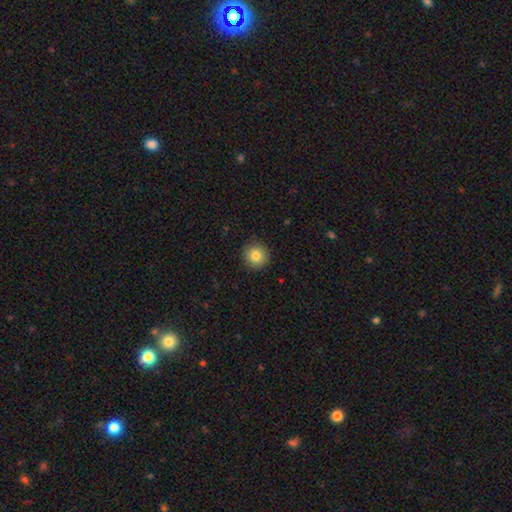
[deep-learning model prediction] Smooth or featured? Predicted: smooth (p=0.82). How rounded? Predicted: round (p=0.95). Merging? Predicted: none (p=0.92).